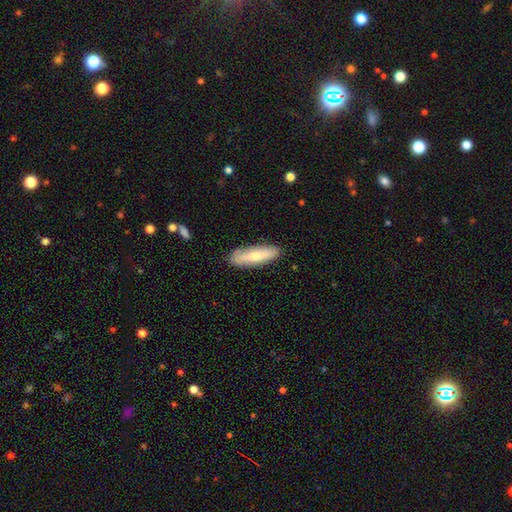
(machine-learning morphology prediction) Q: Smooth or featured?
A: smooth (56%); runner-up: featured or disk (38%)
Q: How rounded?
A: cigar-shaped (59%); runner-up: in between (38%)
Q: Merging?
A: none (85%); runner-up: minor disturbance (12%)